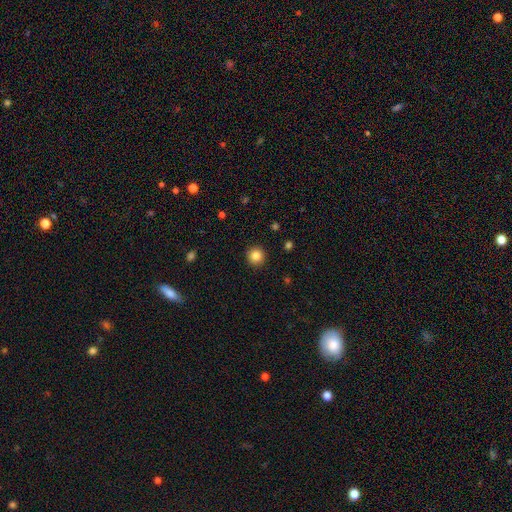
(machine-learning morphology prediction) This appears to be a smooth galaxy with no disk features (85%) that is round (94%). Merging: none (92%).